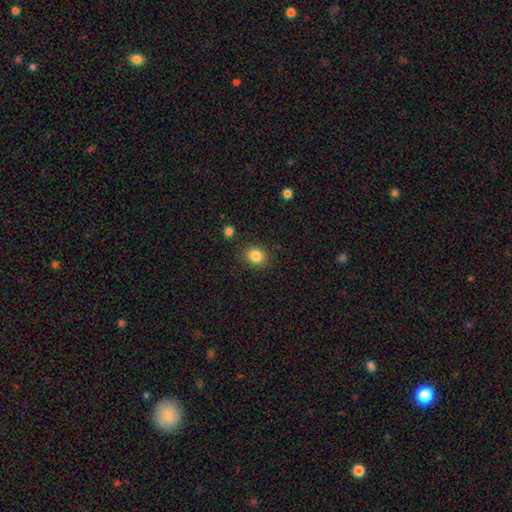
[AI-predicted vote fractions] This is clearly a smooth galaxy (84%). How rounded: likely round (66%). Merging: clearly none (86%).